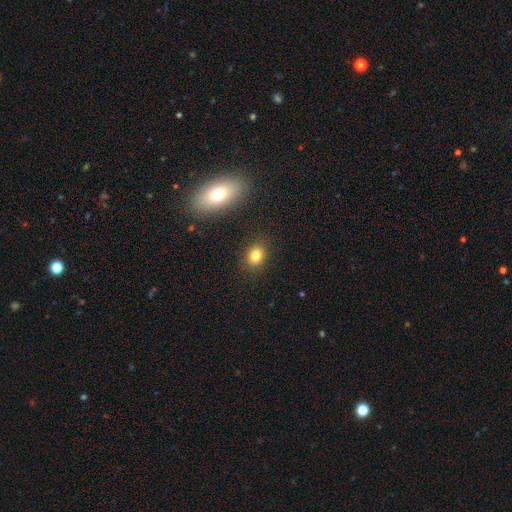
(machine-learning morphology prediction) The model was most divided on "how rounded": round: 50%, in between: 49%, cigar-shaped: 1%. More confident: merging — none (87%); smooth or featured — smooth (80%).